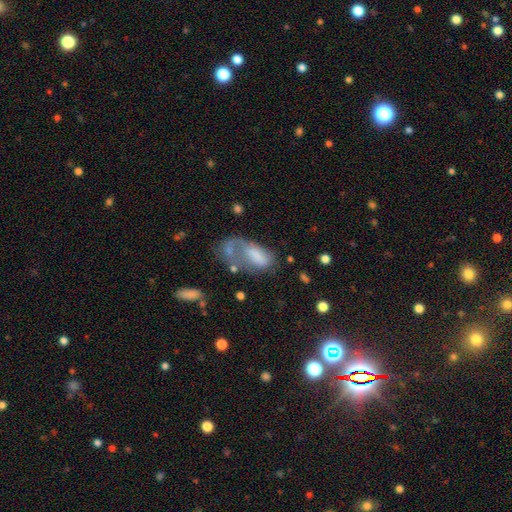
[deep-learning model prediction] A smooth galaxy with no disk features (57%) that is in between round and cigar-shaped (89%).

Vote fractions:
- Smooth or featured? smooth: 57% / featured or disk: 33% / star or artifact: 10%
- How rounded? in between: 89% / cigar-shaped: 6% / round: 5%
- Merging? major disturbance: 44% / merger: 21% / none: 18% / minor disturbance: 17%